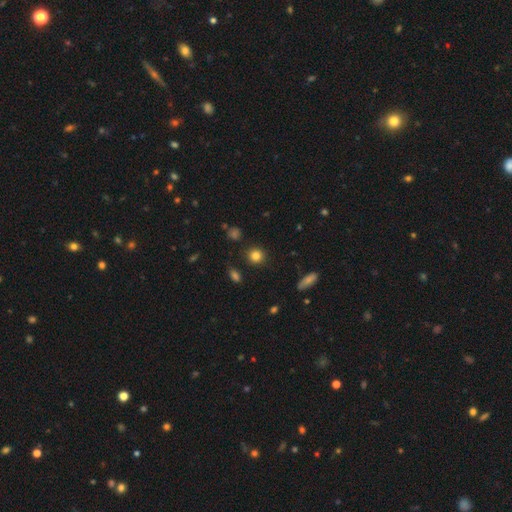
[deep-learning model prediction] A smooth galaxy with no disk features (83%) that is round (88%).

Vote fractions:
- Smooth or featured? smooth: 83% / star or artifact: 11% / featured or disk: 5%
- How rounded? round: 88% / in between: 11% / cigar-shaped: 1%
- Merging? none: 88% / minor disturbance: 7% / major disturbance: 2% / merger: 2%